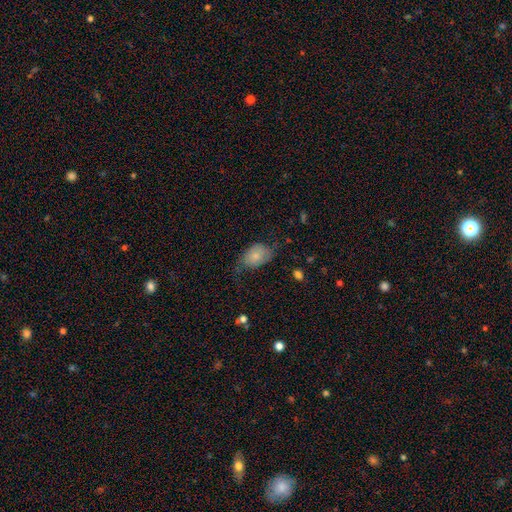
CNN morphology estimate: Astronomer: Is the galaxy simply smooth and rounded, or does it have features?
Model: smooth — 71%.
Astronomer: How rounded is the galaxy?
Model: in between — 82%.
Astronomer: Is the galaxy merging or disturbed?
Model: none — 42% (runner-up: minor disturbance, 38%).